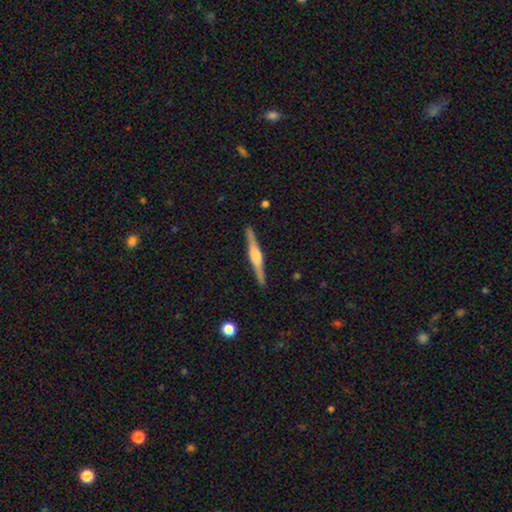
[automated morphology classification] This appears to be a featured or disk galaxy (78%) viewed edge-on (98%) with a rounded central bulge (75%). Merging: none (91%).